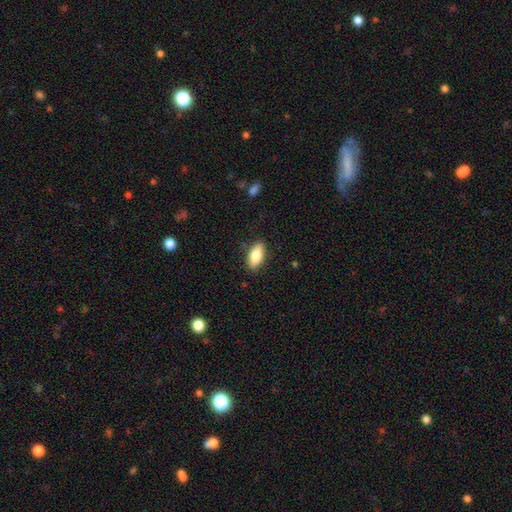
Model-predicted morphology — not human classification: The model was most divided on "smooth or featured": smooth: 81%, featured or disk: 13%, star or artifact: 7%. More confident: merging — none (86%); how rounded — in between (86%).